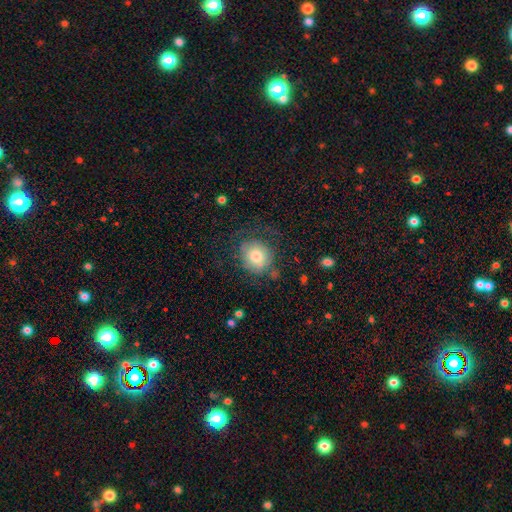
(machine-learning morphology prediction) Smooth or featured? Predicted: smooth (p=0.70). How rounded? Predicted: round (p=0.75). Merging? Predicted: none (p=0.58).